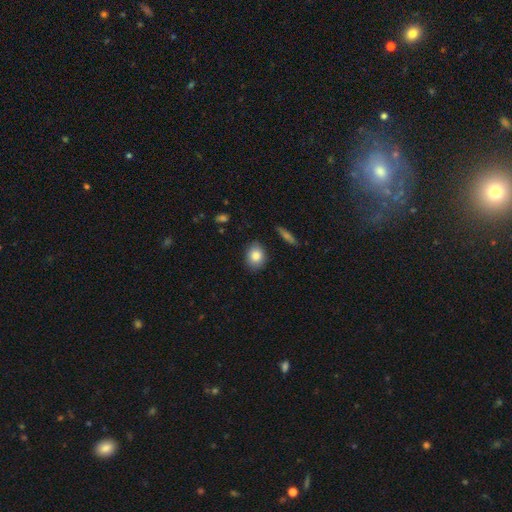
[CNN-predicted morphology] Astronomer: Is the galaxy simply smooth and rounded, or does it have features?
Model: smooth — 83%.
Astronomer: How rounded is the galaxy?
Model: in between — 55% (runner-up: round, 44%).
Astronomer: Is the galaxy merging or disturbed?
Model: none — 86%.